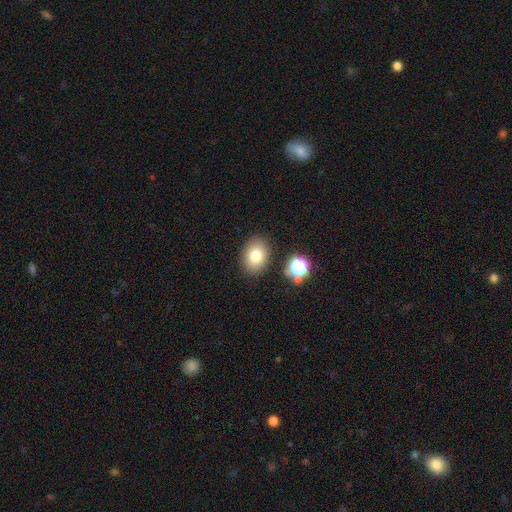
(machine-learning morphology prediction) smooth_or_featured: smooth (p=0.80) [alt: star or artifact p=0.11]
how_rounded: in between (p=0.64) [alt: round p=0.35]
merging: none (p=0.85) [alt: minor disturbance p=0.09]